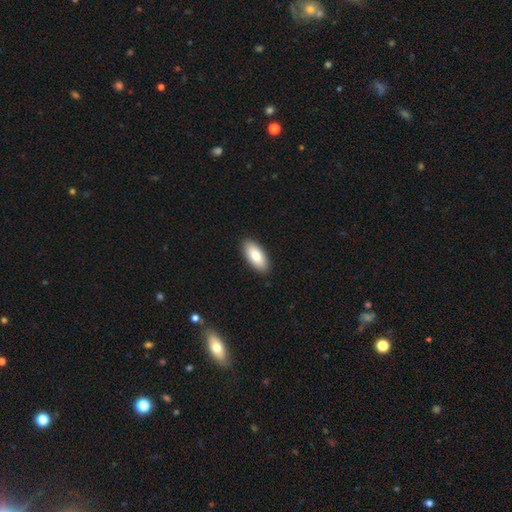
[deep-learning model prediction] A smooth galaxy with no disk features (82%) that is in between round and cigar-shaped (89%). Merging: none (90%).